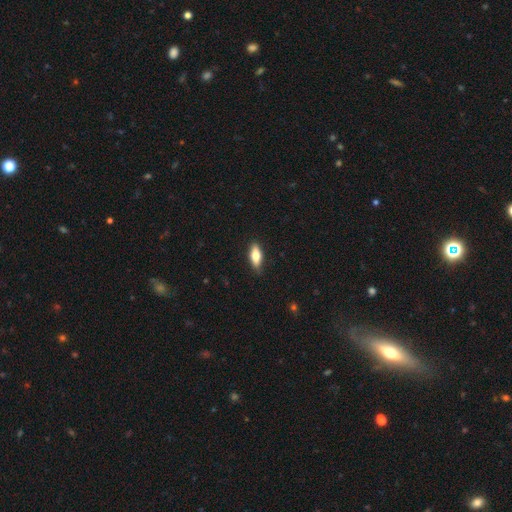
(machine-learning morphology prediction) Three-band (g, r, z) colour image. It shows a smooth galaxy with no disk features (70%) that is in between round and cigar-shaped (73%). Merging: none (84%).